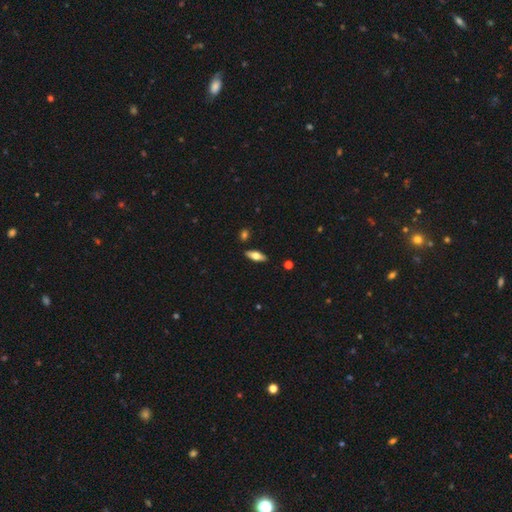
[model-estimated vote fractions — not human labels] Morphology: type=smooth (56%); roundness=in between (67%); merging=none (88%).